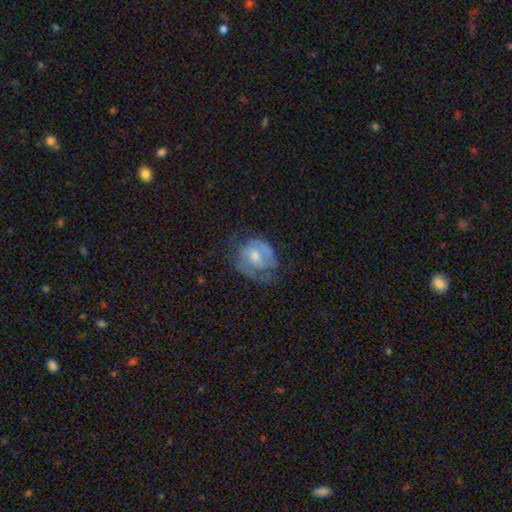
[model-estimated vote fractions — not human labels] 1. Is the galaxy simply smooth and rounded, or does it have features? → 58% featured or disk, 36% smooth, 7% star or artifact.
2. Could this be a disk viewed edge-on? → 97% no, 3% yes.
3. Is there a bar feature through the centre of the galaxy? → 57% no, 36% weak, 7% strong.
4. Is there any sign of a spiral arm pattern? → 70% yes, 30% no.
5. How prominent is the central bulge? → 54% moderate, 33% small, 6% large, 6% none, 1% dominant.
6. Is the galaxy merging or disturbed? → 47% none, 27% minor disturbance, 24% major disturbance, 2% merger.